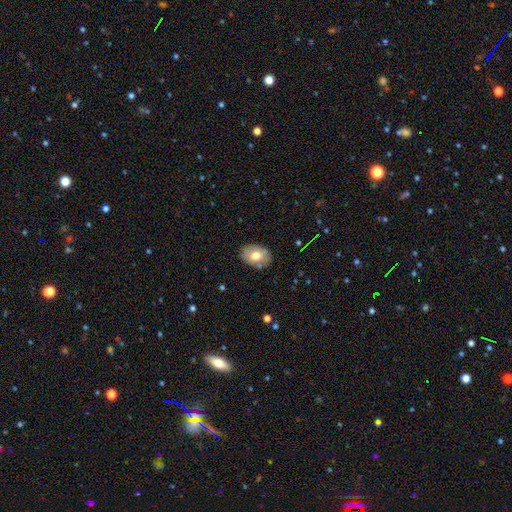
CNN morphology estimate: Smooth or featured: smooth — 65% (featured or disk — 28%)
How rounded: in between — 78% (round — 21%)
Merging: none — 83% (minor disturbance — 13%)